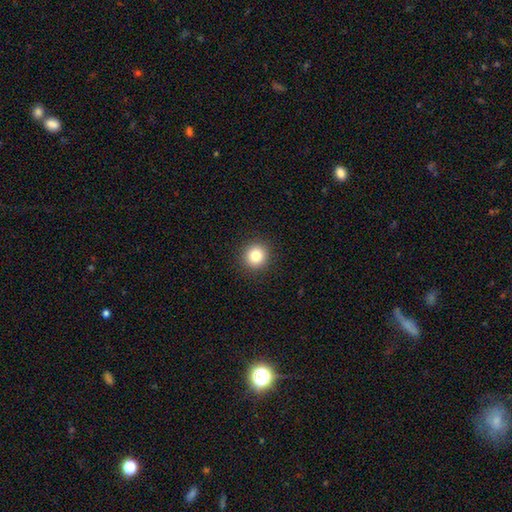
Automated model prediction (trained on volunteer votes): Smooth or featured?
  - smooth: 83% *
  - star or artifact: 11%
  - featured or disk: 6%
How rounded?
  - round: 92% *
  - in between: 7%
  - cigar-shaped: 1%
Merging?
  - none: 92% *
  - minor disturbance: 5%
  - major disturbance: 2%
  - merger: 1%